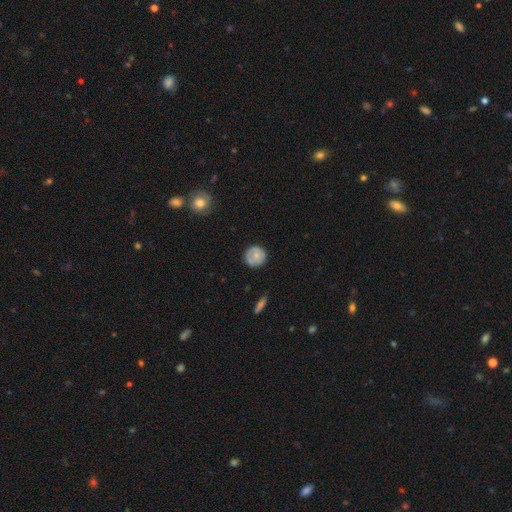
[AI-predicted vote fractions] A smooth galaxy with no disk features (62%) that is round (91%).

Vote fractions:
- Smooth or featured? smooth: 62% / featured or disk: 31% / star or artifact: 7%
- How rounded? round: 91% / in between: 8% / cigar-shaped: 1%
- Merging? none: 76% / minor disturbance: 19% / major disturbance: 4% / merger: 2%